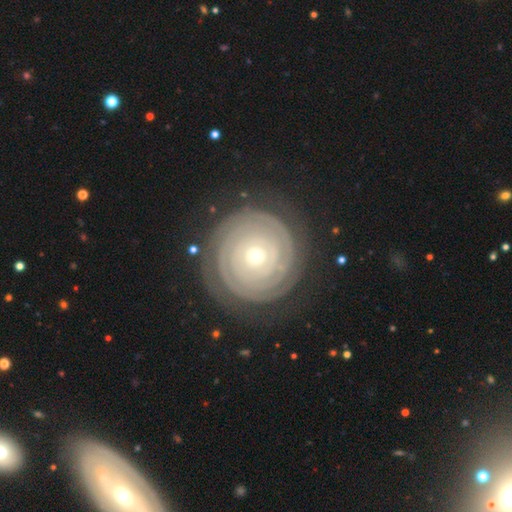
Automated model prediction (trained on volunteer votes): Overall: featured or disk (85%). Edge-on disk: no (97%). Bar: no (83%). Spiral arms: yes (96%). Spiral arm count: can't tell (28%; 2 26%). Spiral winding: tight (93%). Bulge size: small (69%). Merging: none (84%).